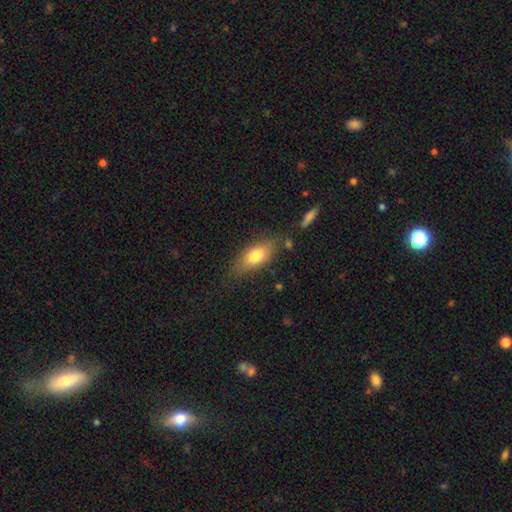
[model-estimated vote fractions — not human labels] Morphology: type=smooth (76%); roundness=in between (82%); merging=none (72%).